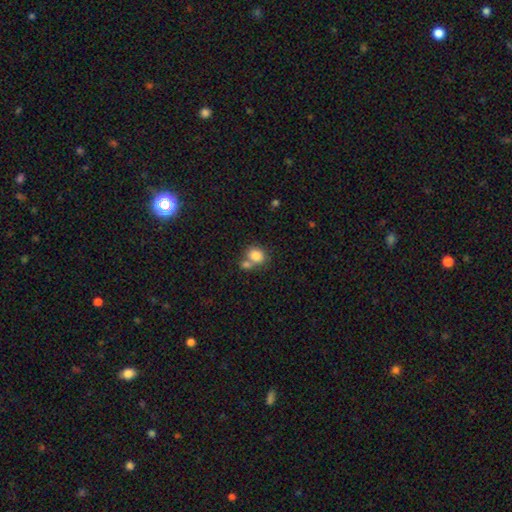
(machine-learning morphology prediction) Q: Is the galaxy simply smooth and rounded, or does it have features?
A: smooth — 82%.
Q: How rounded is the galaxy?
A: round — 64%.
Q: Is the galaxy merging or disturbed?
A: none — 45%.